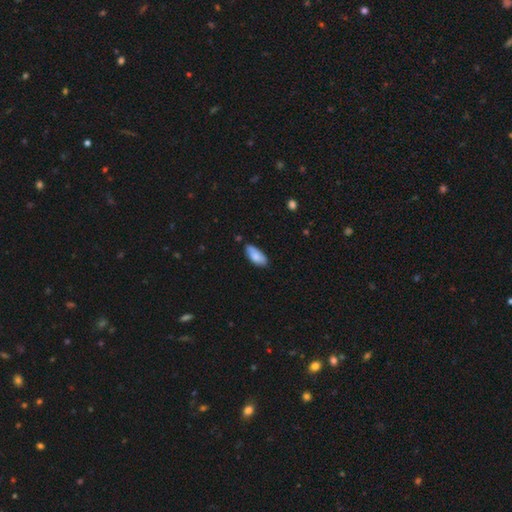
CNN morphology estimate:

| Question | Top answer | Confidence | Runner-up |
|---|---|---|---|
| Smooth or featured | smooth | 84% | featured or disk (10%) |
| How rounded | in between | 87% | cigar-shaped (11%) |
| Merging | none | 77% | minor disturbance (19%) |